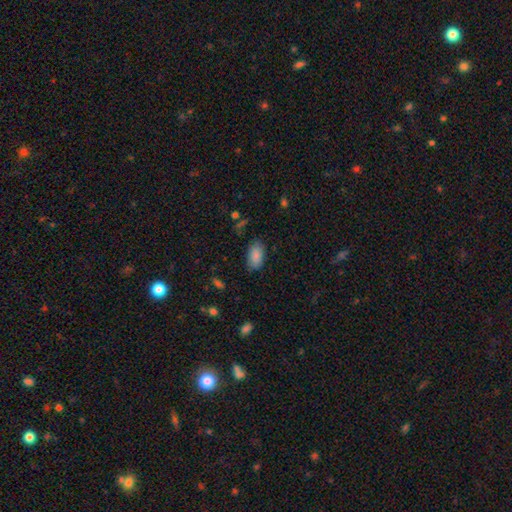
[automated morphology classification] A smooth galaxy with no disk features (87%) that is in between round and cigar-shaped (93%).

Vote fractions:
- Smooth or featured? smooth: 87% / star or artifact: 7% / featured or disk: 6%
- How rounded? in between: 93% / round: 3% / cigar-shaped: 3%
- Merging? none: 81% / minor disturbance: 14% / major disturbance: 3% / merger: 1%